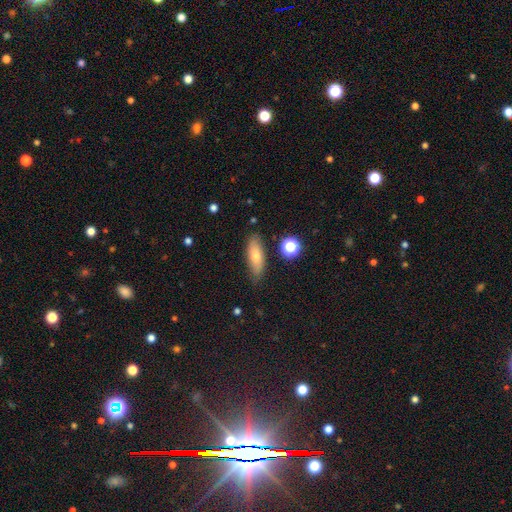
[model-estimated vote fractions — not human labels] A smooth galaxy with no disk features (70%) that is in between round and cigar-shaped (58%). Merging: none (80%).